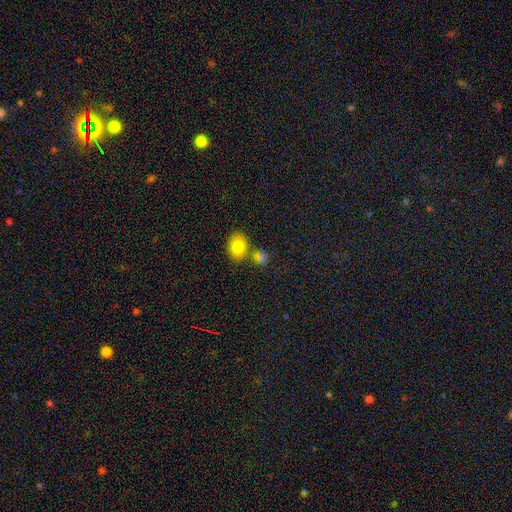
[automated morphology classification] Overall: smooth (76%). How rounded: round (52%; in between 47%). Merging: none (62%; merger 25%).